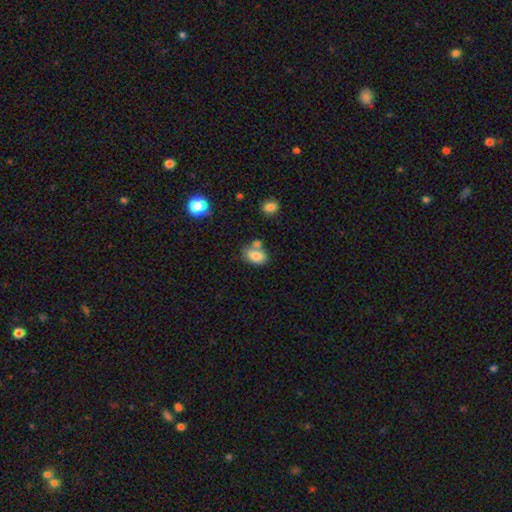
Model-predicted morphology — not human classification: Smooth or featured: smooth — 82% (star or artifact — 9%)
How rounded: in between — 86% (round — 12%)
Merging: none — 54% (merger — 23%)